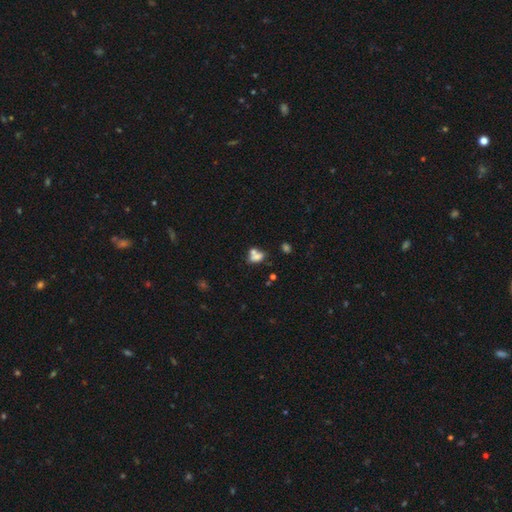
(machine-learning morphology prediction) This is likely a smooth galaxy (68%). How rounded: likely in between (67%). Merging: possibly merger (52%).